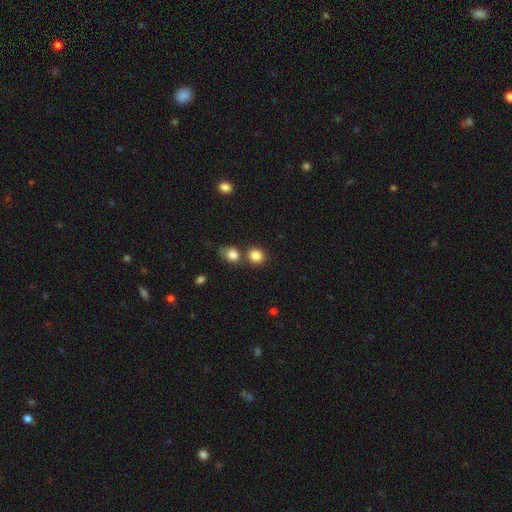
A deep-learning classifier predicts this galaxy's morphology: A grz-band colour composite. It shows a smooth galaxy with no disk features (84%) that is round (82%). Merging: none (65%).